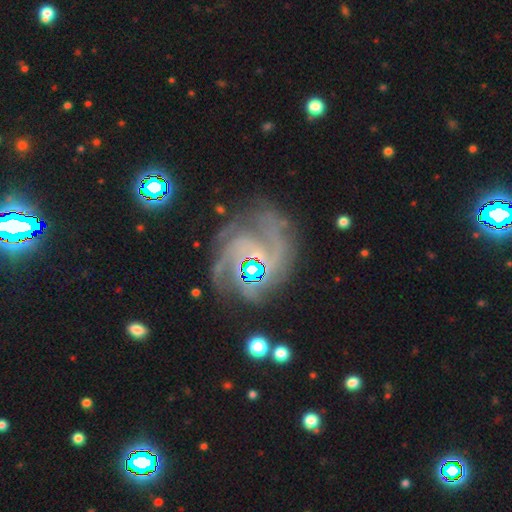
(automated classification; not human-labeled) A featured or disk galaxy (83%) with no bar (49%), 2 (44%) tight (47%) spiral arms (97%) and a moderate central bulge (36%). Merging: none (65%).